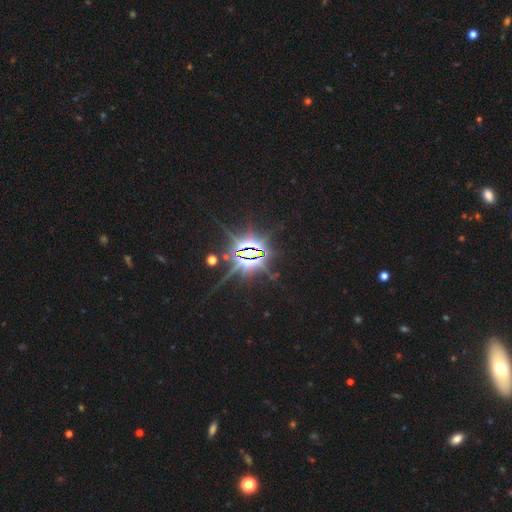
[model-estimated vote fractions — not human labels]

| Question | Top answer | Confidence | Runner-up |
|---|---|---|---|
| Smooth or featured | star or artifact | 84% | featured or disk (10%) |